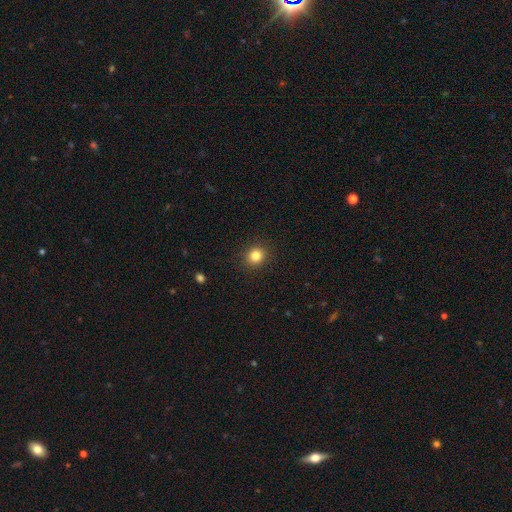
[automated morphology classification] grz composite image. It shows a smooth galaxy with no disk features (83%) that is round (84%). Merging: none (91%).